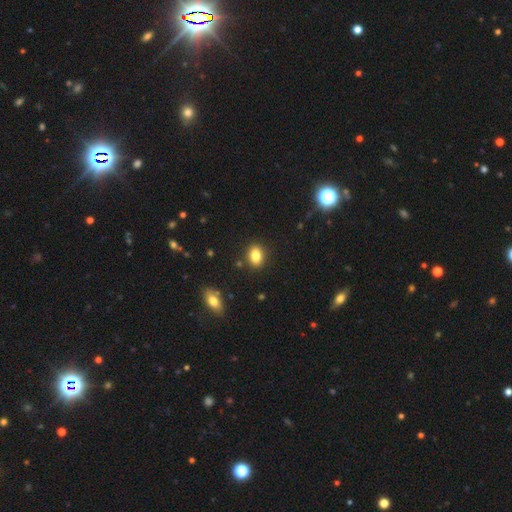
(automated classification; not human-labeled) A smooth galaxy with no disk features (84%) that is in between round and cigar-shaped (74%). Merging: none (87%).